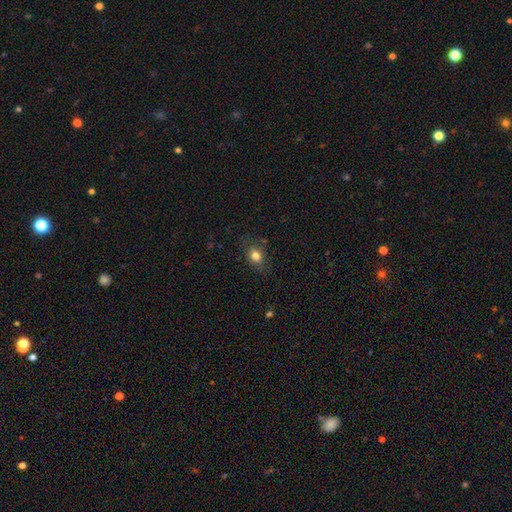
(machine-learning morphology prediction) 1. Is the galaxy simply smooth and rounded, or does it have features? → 79% smooth, 11% star or artifact, 10% featured or disk.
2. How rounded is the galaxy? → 57% in between, 42% round, 2% cigar-shaped.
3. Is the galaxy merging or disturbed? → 75% none, 18% minor disturbance, 6% major disturbance, 2% merger.